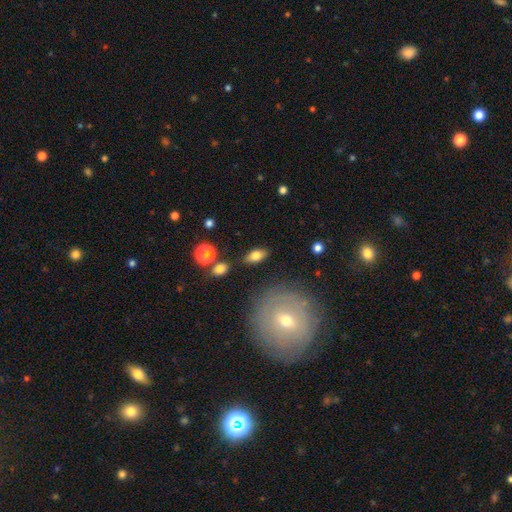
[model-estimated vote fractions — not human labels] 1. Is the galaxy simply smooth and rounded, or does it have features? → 76% smooth, 16% featured or disk, 8% star or artifact.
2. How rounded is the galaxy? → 88% in between, 7% round, 6% cigar-shaped.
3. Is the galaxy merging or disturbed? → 79% none, 13% minor disturbance, 4% merger, 4% major disturbance.